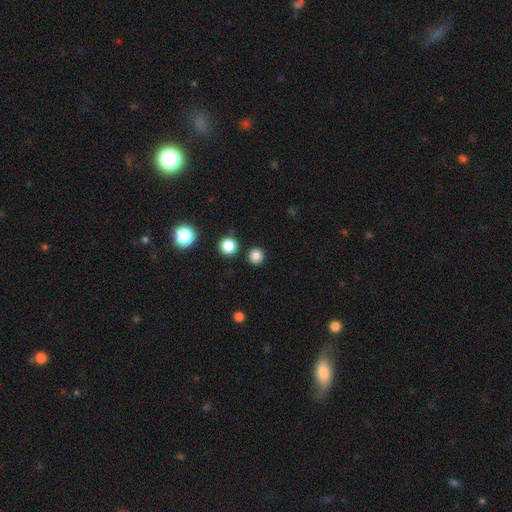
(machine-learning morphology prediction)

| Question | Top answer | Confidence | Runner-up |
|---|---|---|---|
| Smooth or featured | smooth | 83% | star or artifact (13%) |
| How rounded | round | 95% | in between (4%) |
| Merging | none | 90% | minor disturbance (5%) |